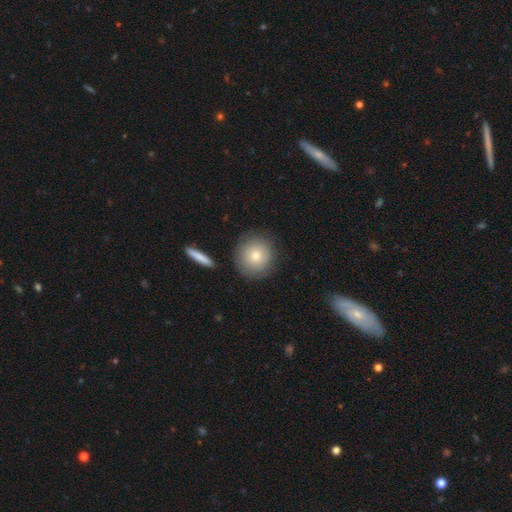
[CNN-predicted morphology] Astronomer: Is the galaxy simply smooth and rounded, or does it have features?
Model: smooth — 78%.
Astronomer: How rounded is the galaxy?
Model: round — 92%.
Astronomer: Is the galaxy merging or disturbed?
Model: none — 84%.